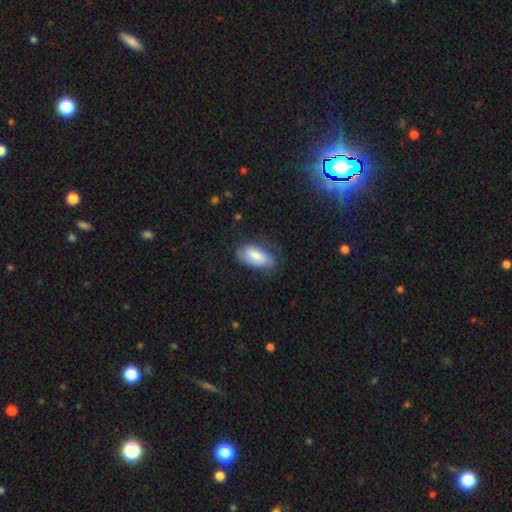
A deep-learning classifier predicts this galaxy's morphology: Q: Smooth or featured?
A: smooth (63%); runner-up: featured or disk (30%)
Q: How rounded?
A: in between (92%); runner-up: cigar-shaped (5%)
Q: Merging?
A: none (63%); runner-up: minor disturbance (27%)